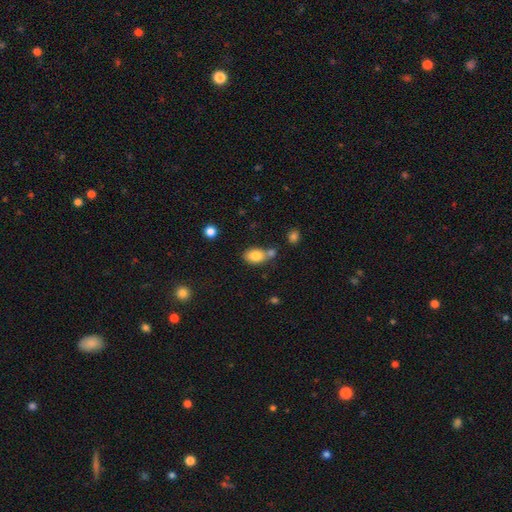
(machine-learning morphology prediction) The model was most divided on "merging": none: 50%, merger: 31%, minor disturbance: 14%, major disturbance: 4%. More confident: how rounded — in between (82%); smooth or featured — smooth (81%).